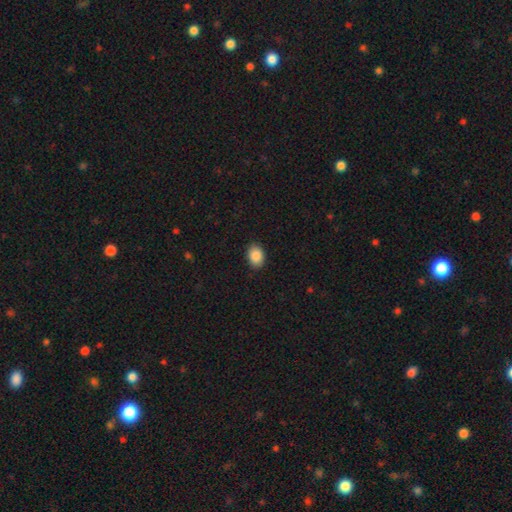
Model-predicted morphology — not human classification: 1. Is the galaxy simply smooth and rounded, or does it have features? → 89% smooth, 8% star or artifact, 4% featured or disk.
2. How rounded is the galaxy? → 72% in between, 27% round, 1% cigar-shaped.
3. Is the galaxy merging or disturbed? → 88% none, 9% minor disturbance, 2% major disturbance, 1% merger.